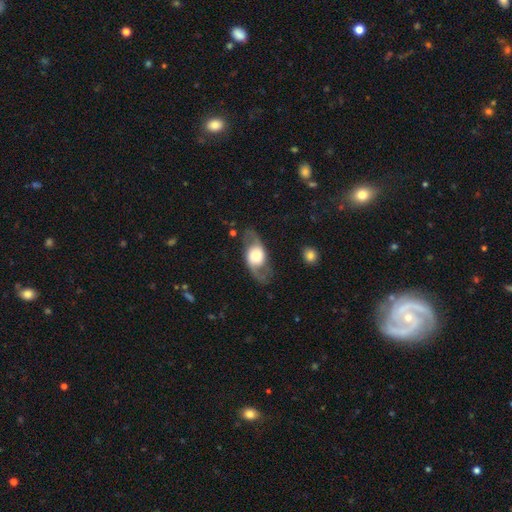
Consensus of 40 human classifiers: Smooth or featured: featured or disk — 52% (smooth — 40%)
Edge-on disk: no — 95% (yes — 5%)
Bar: no — 85% (weak — 15%)
Spiral arms: yes — 70% (no — 30%)
Spiral winding: medium — 57% (tight — 21%)
Spiral arm count: 2 — 86% (can't tell — 14%)
Bulge size: large — 65% (moderate — 25%)
Merging: none — 65% (major disturbance — 24%)